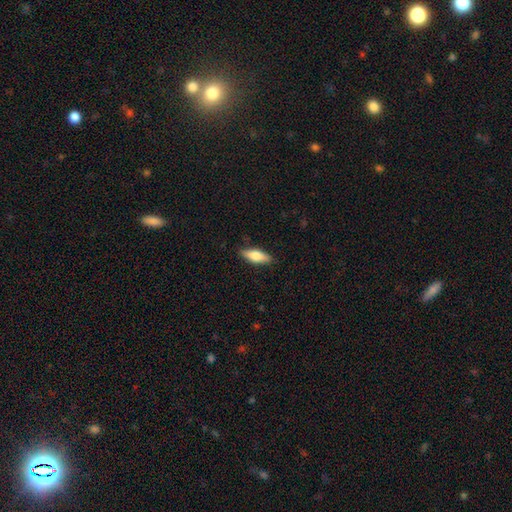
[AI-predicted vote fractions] smooth_or_featured: smooth (p=0.68) [alt: featured or disk p=0.26]
how_rounded: in between (p=0.61) [alt: cigar-shaped p=0.36]
merging: none (p=0.87) [alt: minor disturbance p=0.10]